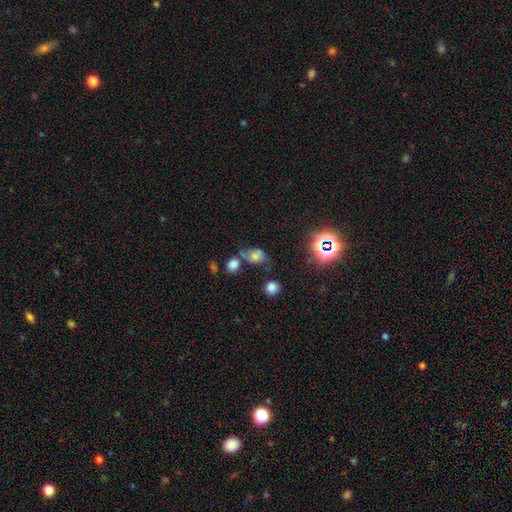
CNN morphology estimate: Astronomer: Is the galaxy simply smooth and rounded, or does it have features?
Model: smooth — 55%.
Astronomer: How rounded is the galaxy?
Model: in between — 72%.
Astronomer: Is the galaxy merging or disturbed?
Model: none — 46% (runner-up: minor disturbance, 23%).